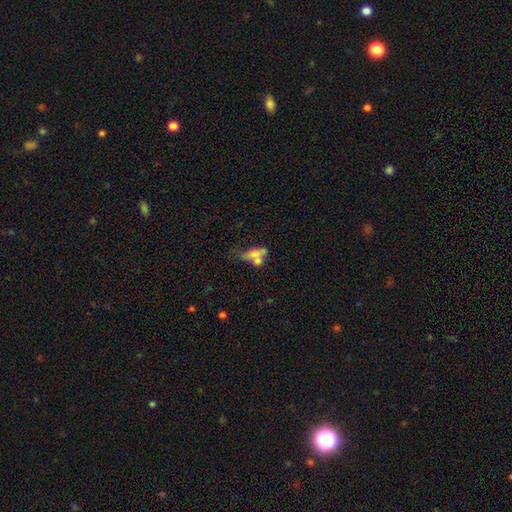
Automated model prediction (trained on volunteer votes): Morphology: type=smooth (57%); roundness=in between (71%); merging=merger (49%).